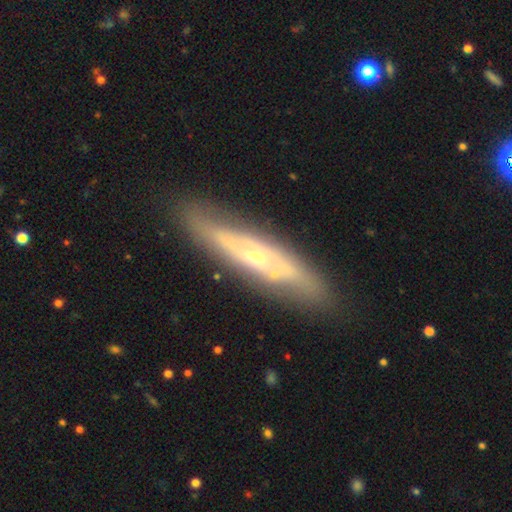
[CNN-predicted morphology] Smooth or featured? Predicted: featured or disk (p=0.70). Edge-on disk? Predicted: no (p=0.55). Merging? Predicted: none (p=0.79).